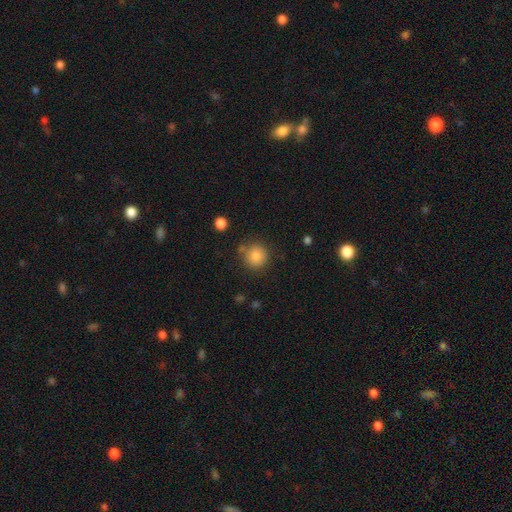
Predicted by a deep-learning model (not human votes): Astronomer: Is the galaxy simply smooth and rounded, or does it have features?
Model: smooth — 82%.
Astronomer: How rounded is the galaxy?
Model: round — 92%.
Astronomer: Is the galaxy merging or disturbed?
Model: none — 80%.